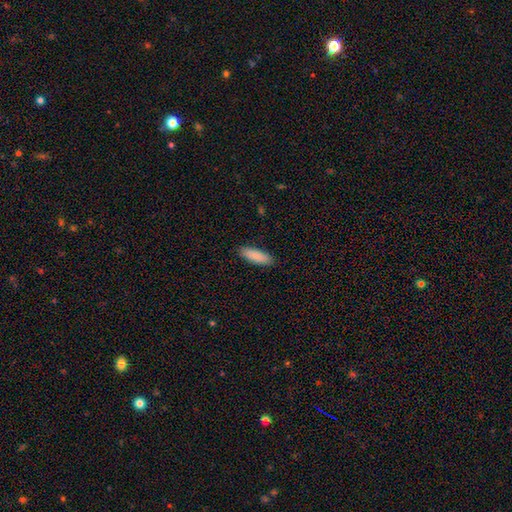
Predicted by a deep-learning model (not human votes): A smooth galaxy with no disk features (89%) that is cigar-shaped (50%). Merging: none (90%).